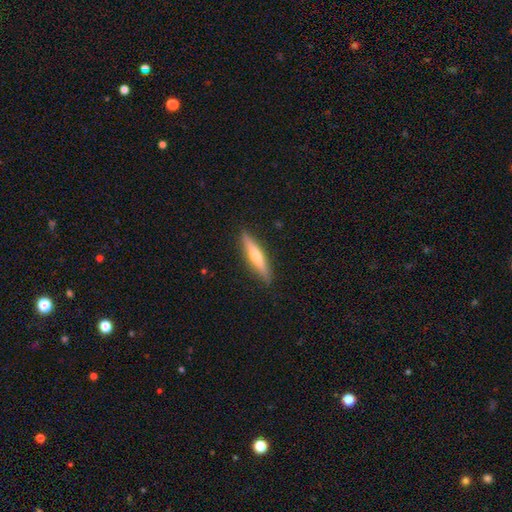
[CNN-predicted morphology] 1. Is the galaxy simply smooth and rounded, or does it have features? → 51% featured or disk, 44% smooth, 6% star or artifact.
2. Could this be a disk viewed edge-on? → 94% yes, 6% no.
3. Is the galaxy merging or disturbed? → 90% none, 7% minor disturbance, 2% major disturbance, 1% merger.